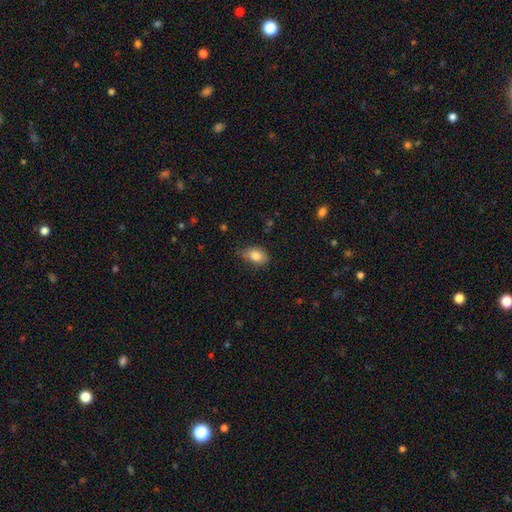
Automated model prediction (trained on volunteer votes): Morphology: type=smooth (83%); roundness=in between (84%); merging=none (71%).